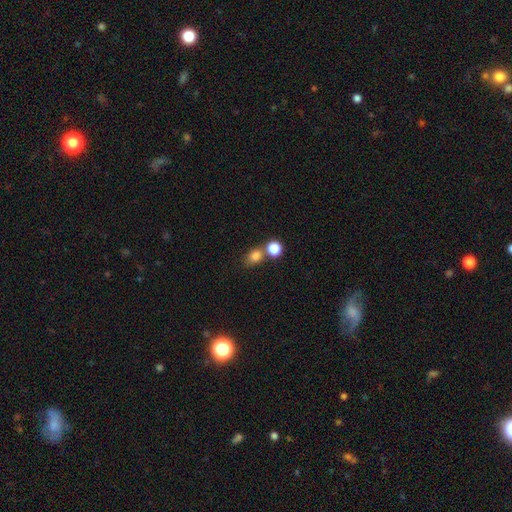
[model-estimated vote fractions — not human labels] The model was most divided on "how rounded": round: 54%, in between: 44%, cigar-shaped: 2%. More confident: smooth or featured — smooth (80%); merging — none (52%).